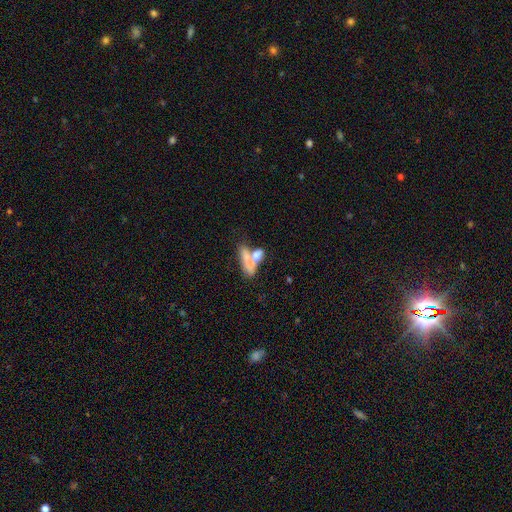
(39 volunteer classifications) This is likely a smooth galaxy (74%). How rounded: likely in between (72%). Merging: possibly merger (56%).